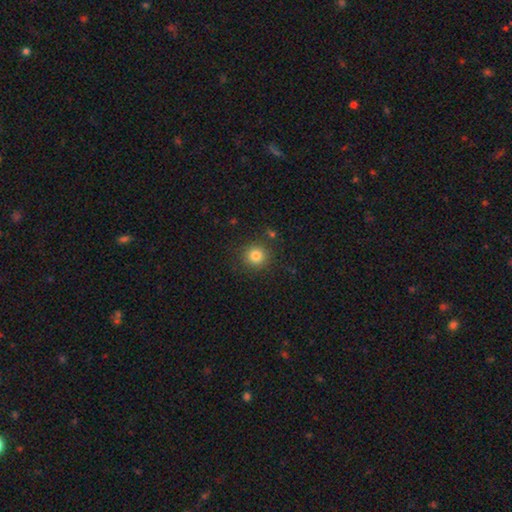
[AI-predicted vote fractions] This is clearly a smooth galaxy (82%). How rounded: clearly round (93%). Merging: clearly none (87%).